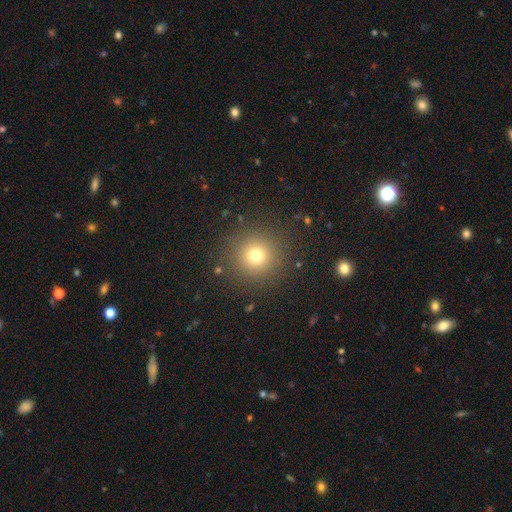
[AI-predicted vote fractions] smooth_or_featured: smooth (p=0.73) [alt: star or artifact p=0.18]
how_rounded: round (p=0.95) [alt: in between p=0.05]
merging: none (p=0.89) [alt: minor disturbance p=0.06]